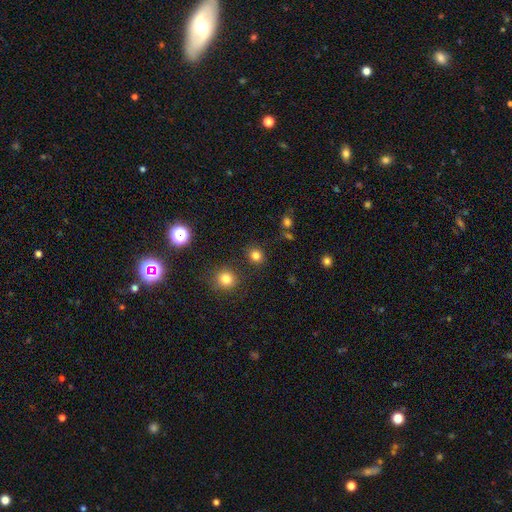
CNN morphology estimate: Smooth or featured? Predicted: smooth (p=0.80). How rounded? Predicted: round (p=0.81). Merging? Predicted: none (p=0.86).